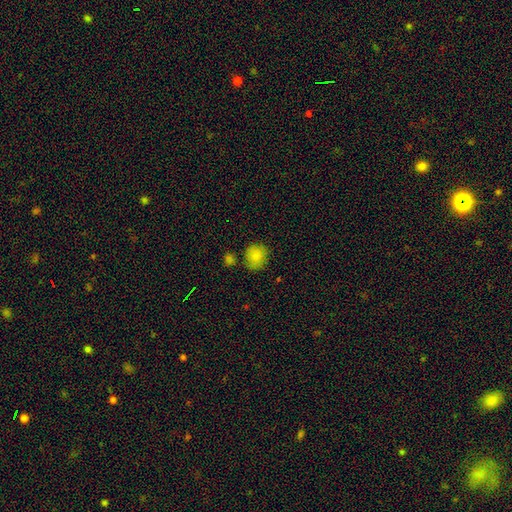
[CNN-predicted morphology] A smooth galaxy with no disk features (84%) that is round (82%). Merging: none (73%).